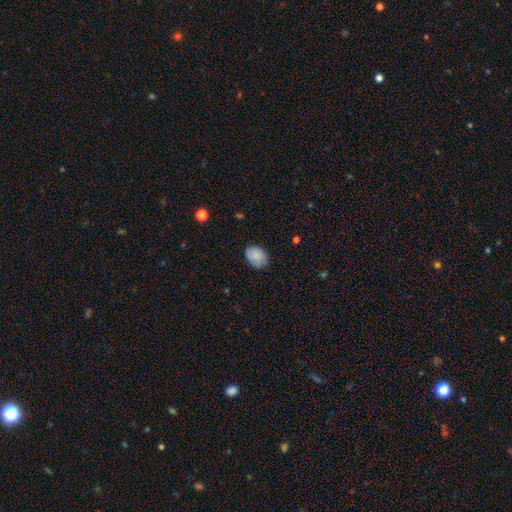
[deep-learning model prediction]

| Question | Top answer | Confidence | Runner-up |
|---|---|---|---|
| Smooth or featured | smooth | 85% | featured or disk (8%) |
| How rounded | in between | 75% | round (24%) |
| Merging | none | 76% | minor disturbance (20%) |